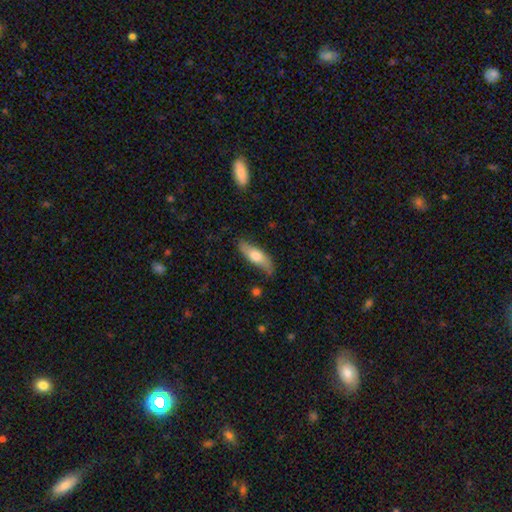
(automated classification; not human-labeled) Q: Smooth or featured?
A: smooth (59%); runner-up: featured or disk (35%)
Q: How rounded?
A: in between (54%); runner-up: cigar-shaped (44%)
Q: Merging?
A: none (72%); runner-up: minor disturbance (21%)